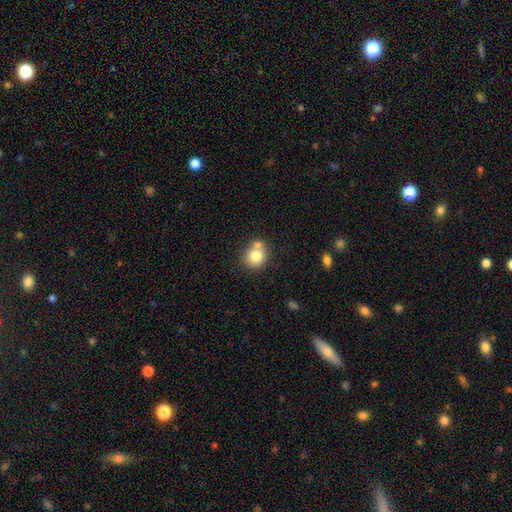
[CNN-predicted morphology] This is likely a smooth galaxy (77%). How rounded: clearly round (81%). Merging: possibly none (55%).